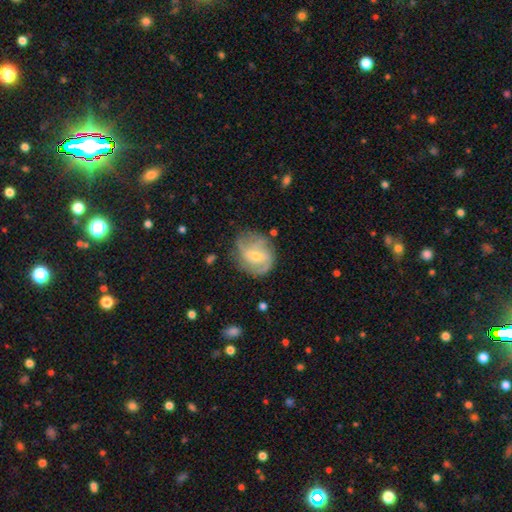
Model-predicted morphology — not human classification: A featured or disk galaxy (72%) with a weak bar (52%), 2 (47%) medium (46%) spiral arms (89%) and a small central bulge (50%).

Vote fractions:
- Smooth or featured? featured or disk: 72% / smooth: 21% / star or artifact: 6%
- Edge-on disk? no: 97% / yes: 3%
- Bar? weak: 52% / no: 36% / strong: 13%
- Spiral arms? yes: 89% / no: 11%
- Spiral winding? medium: 46% / loose: 28% / tight: 26%
- Spiral arm count? 2: 47% / can't tell: 21% / 3: 19% / 1: 6% / 4: 4% / more than 4: 3%
- Bulge size? small: 50% / moderate: 43% / none: 3% / large: 3% / dominant: 1%
- Merging? none: 63% / minor disturbance: 23% / major disturbance: 12% / merger: 2%